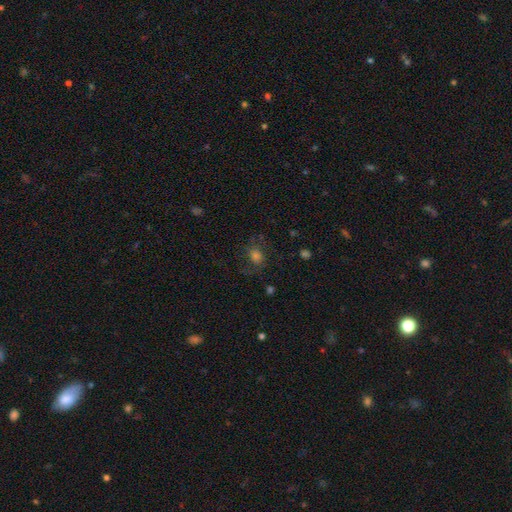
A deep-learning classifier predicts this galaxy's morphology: Q: Smooth or featured?
A: smooth (46%); runner-up: featured or disk (30%)
Q: Merging?
A: none (64%); runner-up: minor disturbance (17%)